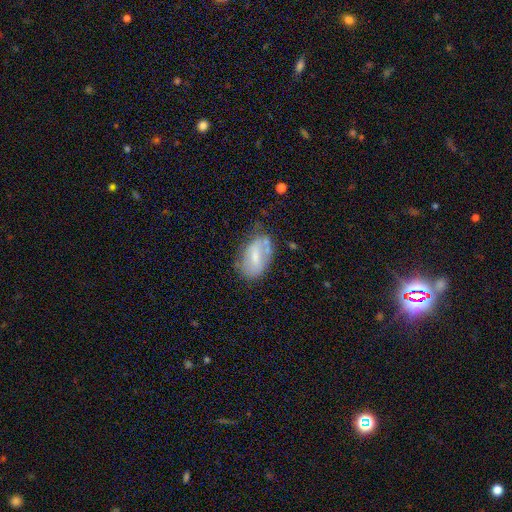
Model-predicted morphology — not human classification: Smooth or featured? Predicted: smooth (p=0.47). Merging? Predicted: none (p=0.53).